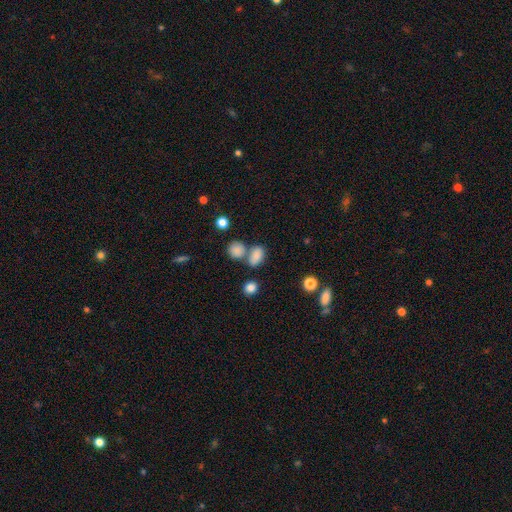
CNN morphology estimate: The model was most divided on "merging": none: 48%, merger: 34%, minor disturbance: 13%, major disturbance: 5%. More confident: smooth or featured — smooth (82%); how rounded — in between (79%).